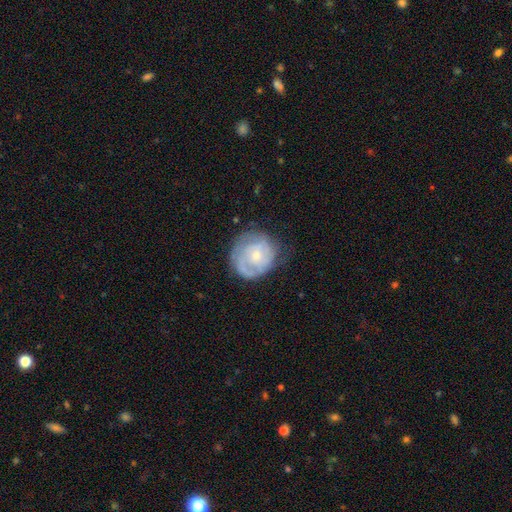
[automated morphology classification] This appears to be a featured or disk galaxy (64%) with no bar (78%), spiral arms (78%) and a small central bulge (61%). Merging: none (65%).